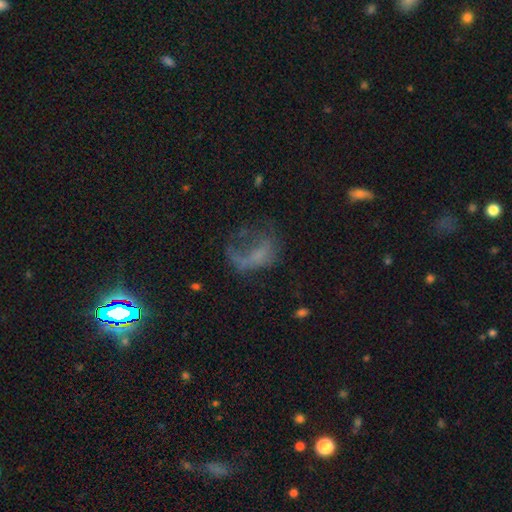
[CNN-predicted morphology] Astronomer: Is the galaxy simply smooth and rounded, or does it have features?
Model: featured or disk — 42% (runner-up: smooth, 35%).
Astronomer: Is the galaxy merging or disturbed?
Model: major disturbance — 51% (runner-up: none, 28%).